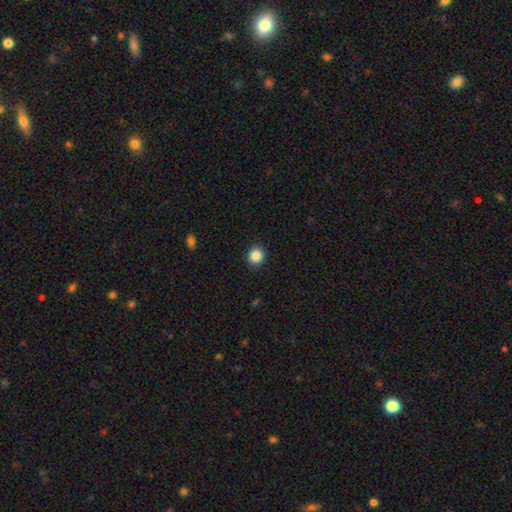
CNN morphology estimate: This is clearly a smooth galaxy (87%). How rounded: clearly round (85%). Merging: clearly none (92%).